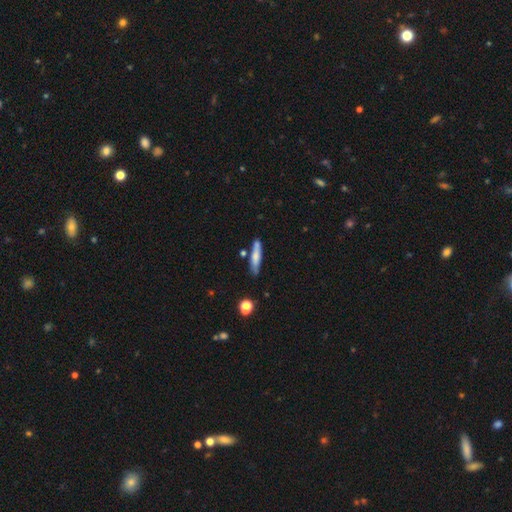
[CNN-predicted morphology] This appears to be a smooth galaxy with no disk features (66%) that is cigar-shaped (84%). Merging: none (73%).